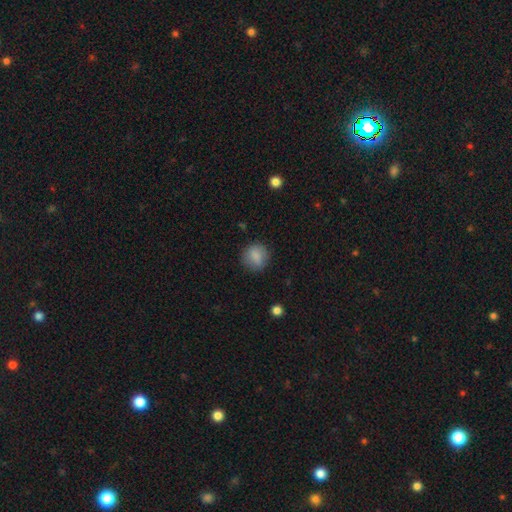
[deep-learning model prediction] Smooth or featured?
  - smooth: 85% *
  - star or artifact: 8%
  - featured or disk: 7%
How rounded?
  - round: 85% *
  - in between: 14%
  - cigar-shaped: 1%
Merging?
  - none: 84% *
  - minor disturbance: 11%
  - major disturbance: 3%
  - merger: 1%